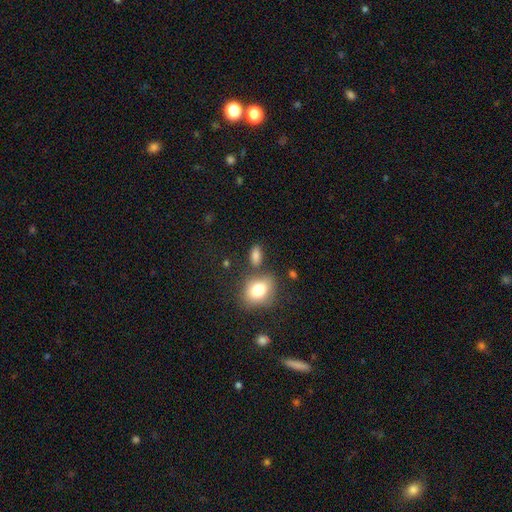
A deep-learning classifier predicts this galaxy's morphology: type=smooth (82%); roundness=in between (81%); merging=none (71%).